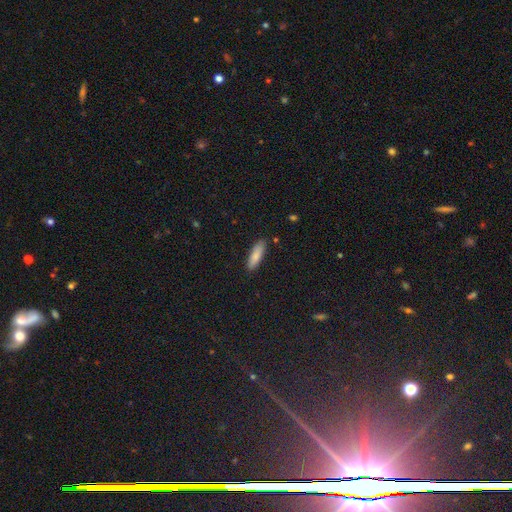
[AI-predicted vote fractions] Smooth or featured? Predicted: smooth (p=0.85). How rounded? Predicted: cigar-shaped (p=0.56). Merging? Predicted: none (p=0.86).